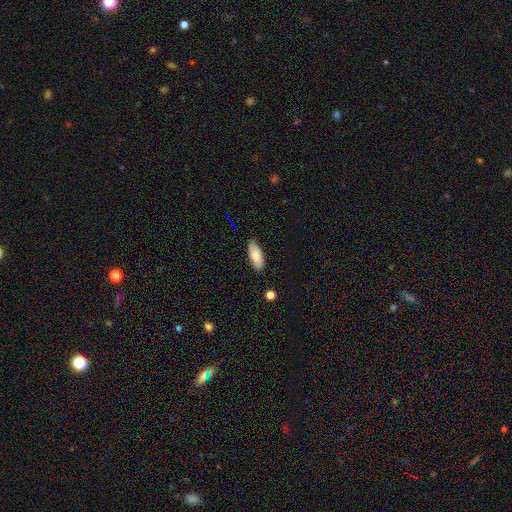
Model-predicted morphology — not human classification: Smooth or featured: smooth — 81% (featured or disk — 13%)
How rounded: in between — 81% (cigar-shaped — 17%)
Merging: none — 81% (minor disturbance — 15%)